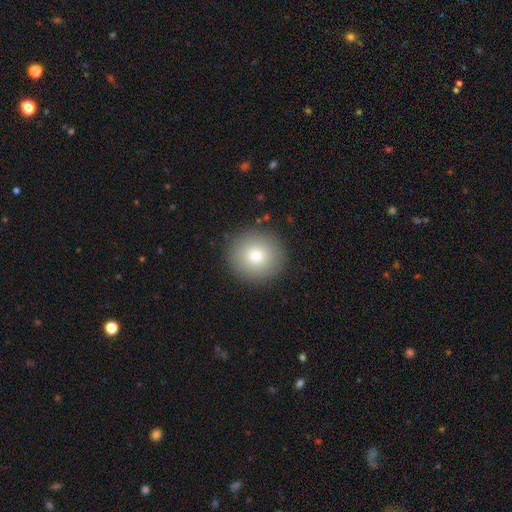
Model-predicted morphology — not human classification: A smooth galaxy with no disk features (79%) that is round (94%).

Vote fractions:
- Smooth or featured? smooth: 79% / featured or disk: 11% / star or artifact: 10%
- How rounded? round: 94% / in between: 5% / cigar-shaped: 1%
- Merging? none: 91% / minor disturbance: 6% / major disturbance: 2% / merger: 1%